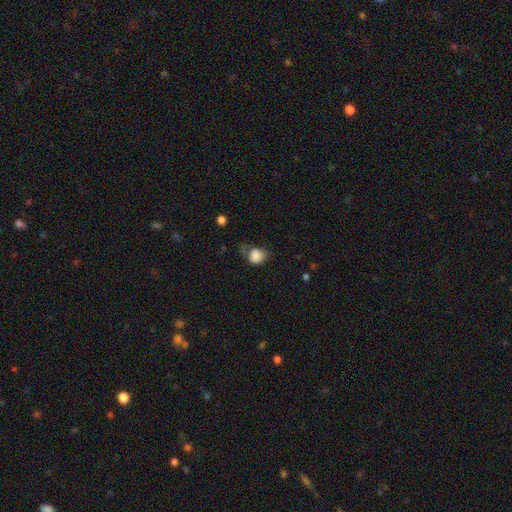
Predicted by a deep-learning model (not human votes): Morphology: type=smooth (83%); roundness=round (53%); merging=none (35%).